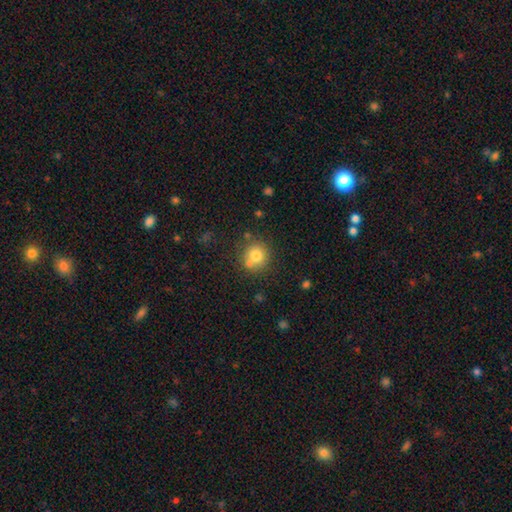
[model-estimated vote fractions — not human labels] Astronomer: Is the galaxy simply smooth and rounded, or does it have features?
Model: smooth — 77%.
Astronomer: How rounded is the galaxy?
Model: round — 89%.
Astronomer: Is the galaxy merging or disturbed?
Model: none — 67%.